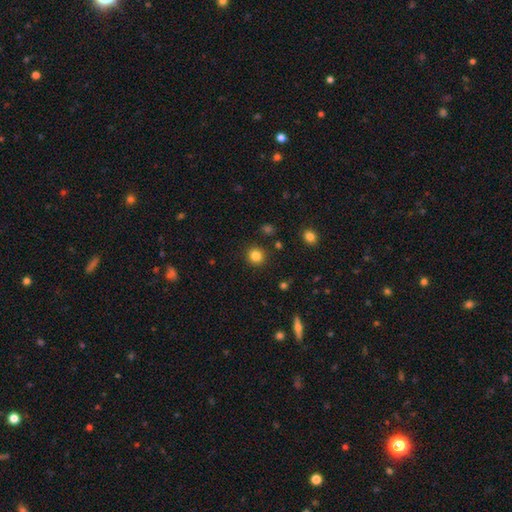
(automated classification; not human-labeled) Smooth or featured?
  - smooth: 84% *
  - star or artifact: 12%
  - featured or disk: 4%
How rounded?
  - round: 89% *
  - in between: 10%
  - cigar-shaped: 1%
Merging?
  - none: 90% *
  - minor disturbance: 6%
  - major disturbance: 2%
  - merger: 2%